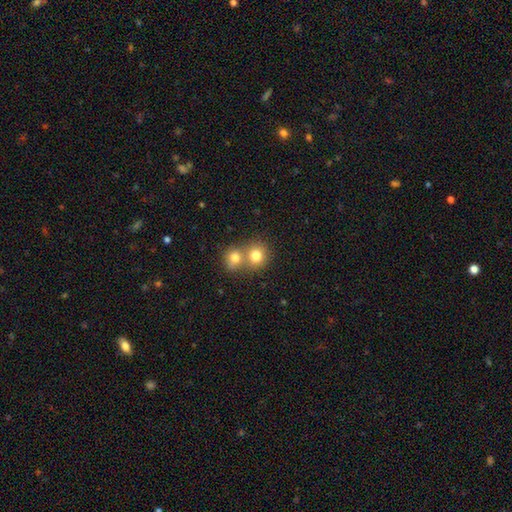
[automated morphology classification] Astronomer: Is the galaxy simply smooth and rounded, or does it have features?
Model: smooth — 79%.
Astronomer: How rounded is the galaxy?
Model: round — 81%.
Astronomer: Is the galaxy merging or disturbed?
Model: merger — 54% (runner-up: none, 39%).